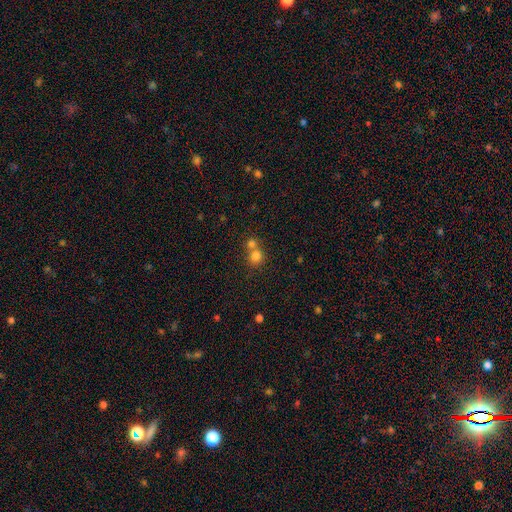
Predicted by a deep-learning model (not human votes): This appears to be a smooth galaxy with no disk features (80%) that is round (86%). Merging: none (48%).